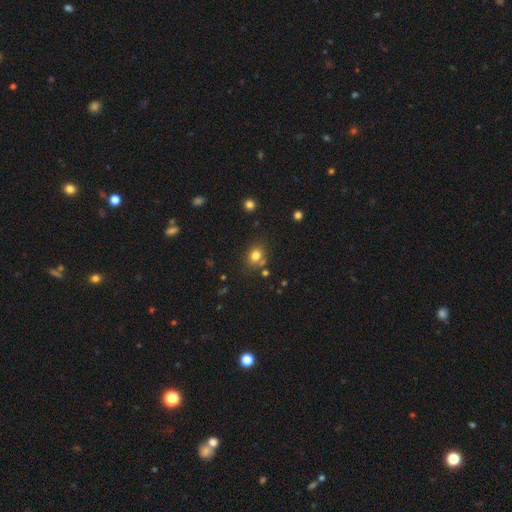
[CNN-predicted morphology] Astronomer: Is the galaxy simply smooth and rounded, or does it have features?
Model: smooth — 77%.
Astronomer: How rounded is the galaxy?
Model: round — 62% (runner-up: in between, 37%).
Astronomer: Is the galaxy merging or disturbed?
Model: none — 70%.